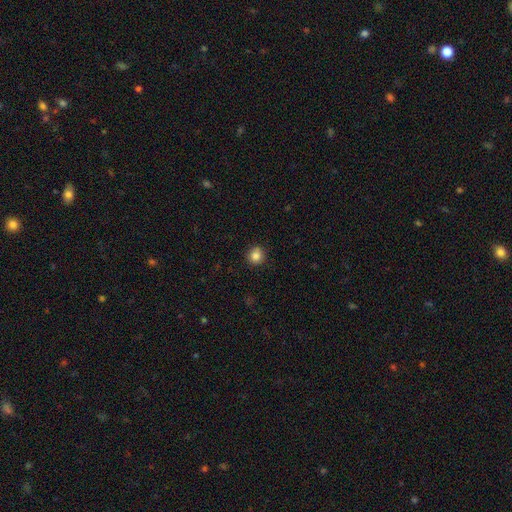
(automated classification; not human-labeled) Smooth or featured: smooth — 85% (star or artifact — 11%)
How rounded: round — 91% (in between — 8%)
Merging: none — 86% (minor disturbance — 10%)